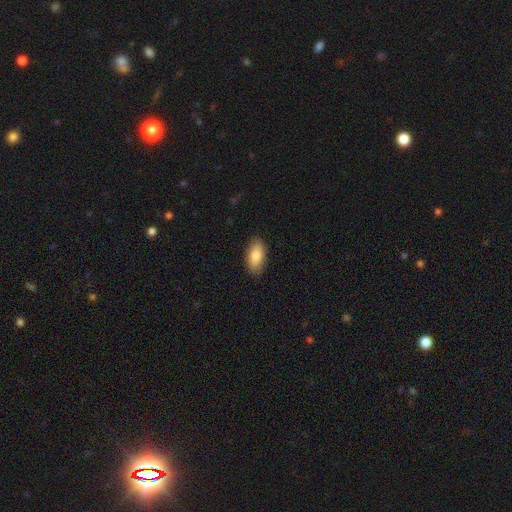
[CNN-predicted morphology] Smooth or featured: smooth — 83% (featured or disk — 10%)
How rounded: in between — 92% (cigar-shaped — 5%)
Merging: none — 87% (minor disturbance — 10%)